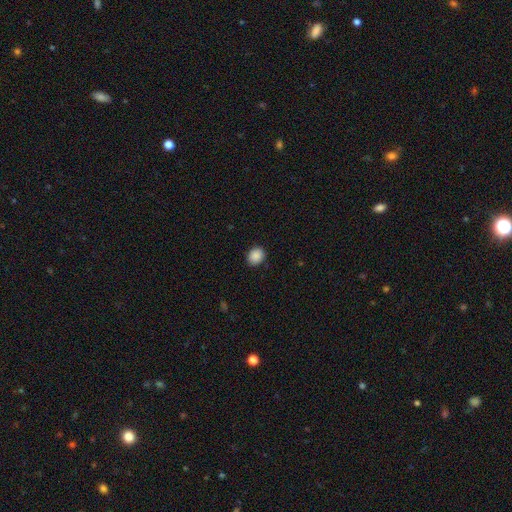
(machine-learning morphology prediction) Smooth or featured: smooth — 89% (star or artifact — 9%)
How rounded: round — 69% (in between — 30%)
Merging: none — 88% (minor disturbance — 9%)